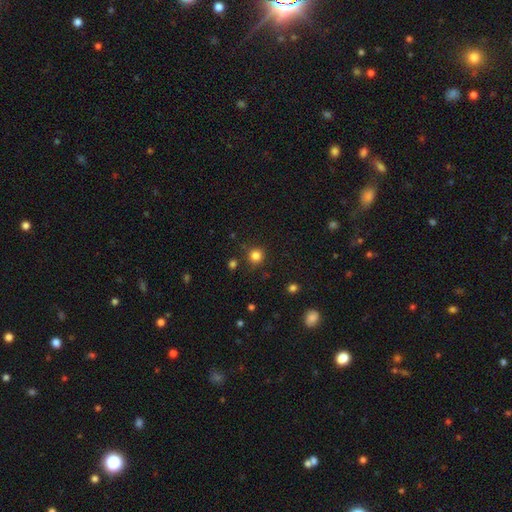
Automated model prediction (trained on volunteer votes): Smooth or featured: smooth — 82% (star or artifact — 13%)
How rounded: round — 94% (in between — 5%)
Merging: none — 86% (minor disturbance — 8%)